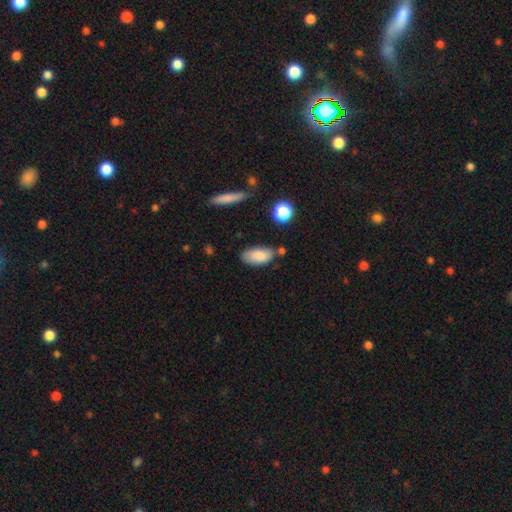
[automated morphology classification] smooth-or-featured: smooth: 85% | featured or disk: 8% | star or artifact: 7%
  how-rounded: in between: 91% | cigar-shaped: 6% | round: 3%
  merging: none: 65% | minor disturbance: 22% | merger: 8% | major disturbance: 5%